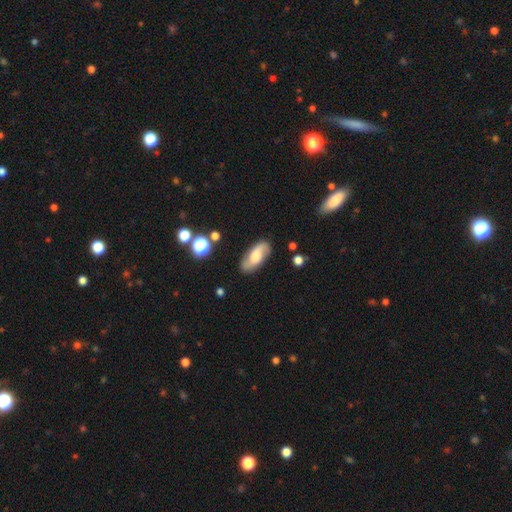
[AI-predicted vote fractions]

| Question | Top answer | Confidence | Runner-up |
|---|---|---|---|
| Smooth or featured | featured or disk | 59% | smooth (34%) |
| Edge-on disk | no | 90% | yes (10%) |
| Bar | no | 55% | weak (36%) |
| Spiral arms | yes | 90% | no (10%) |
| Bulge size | moderate | 52% | small (21%) |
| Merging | none | 81% | minor disturbance (14%) |